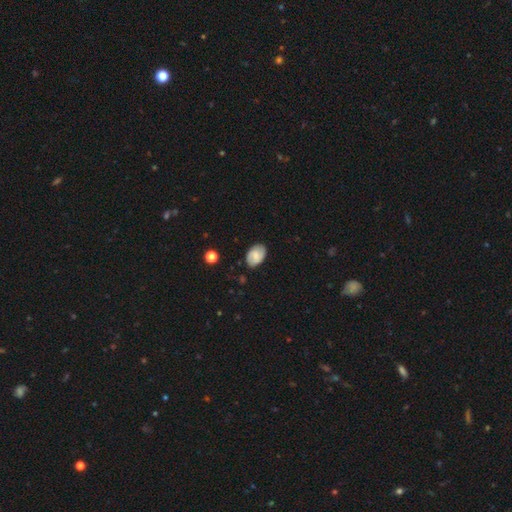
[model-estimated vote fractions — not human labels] A smooth galaxy with no disk features (57%) that is in between round and cigar-shaped (83%). Merging: none (79%).